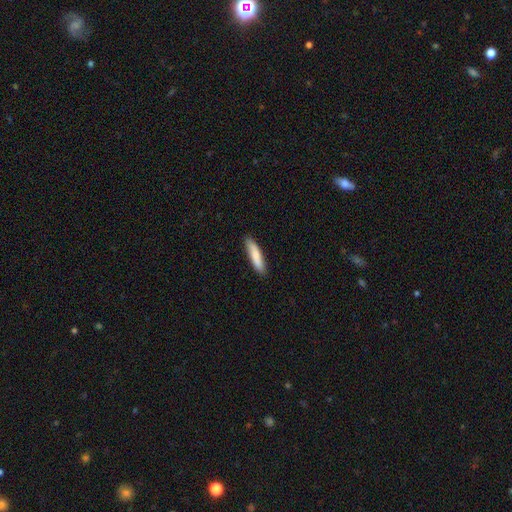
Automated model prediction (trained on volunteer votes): smooth 83%, featured or disk 12%, star or artifact 5%. Down the decision tree: how rounded — cigar-shaped (82%); merging — none (88%).